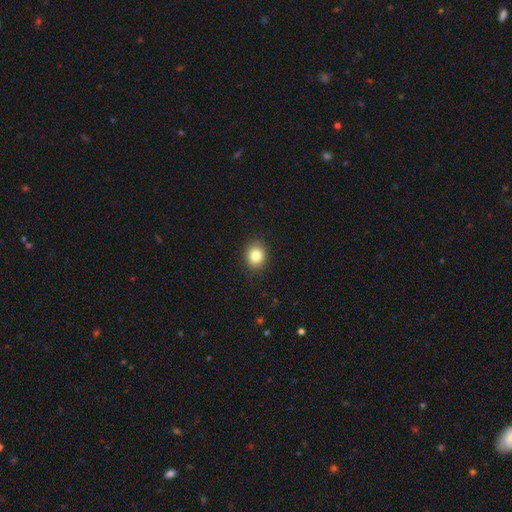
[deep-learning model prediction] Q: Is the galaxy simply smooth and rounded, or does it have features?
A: smooth — 82%.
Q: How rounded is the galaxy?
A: round — 64%.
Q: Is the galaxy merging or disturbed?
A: none — 90%.